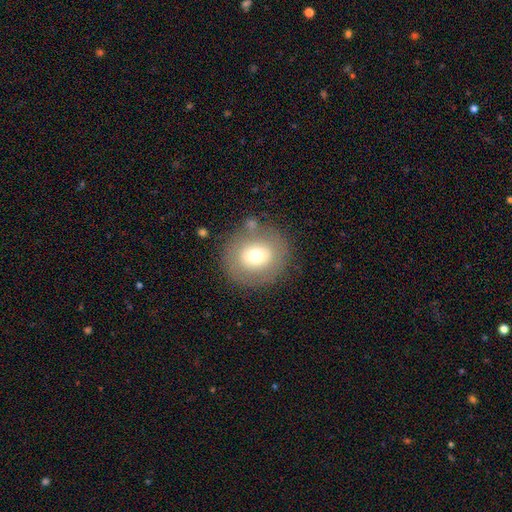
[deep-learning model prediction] Smooth or featured?
  - smooth: 64% *
  - featured or disk: 26%
  - star or artifact: 10%
How rounded?
  - round: 88% *
  - in between: 11%
  - cigar-shaped: 1%
Merging?
  - none: 79% *
  - minor disturbance: 11%
  - major disturbance: 6%
  - merger: 4%